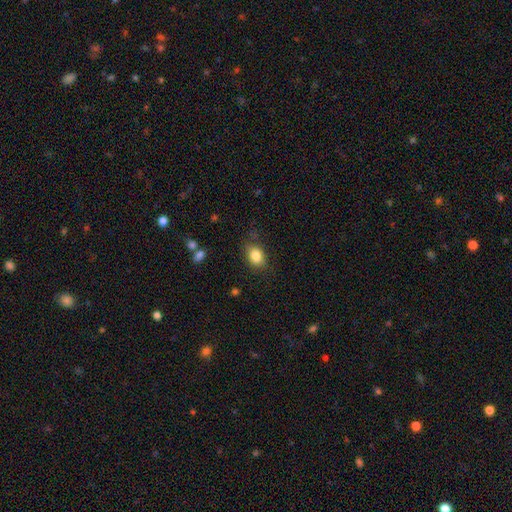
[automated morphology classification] Smooth or featured?
  - smooth: 84% *
  - star or artifact: 9%
  - featured or disk: 7%
How rounded?
  - in between: 70% *
  - round: 28%
  - cigar-shaped: 1%
Merging?
  - none: 74% *
  - minor disturbance: 19%
  - major disturbance: 5%
  - merger: 2%